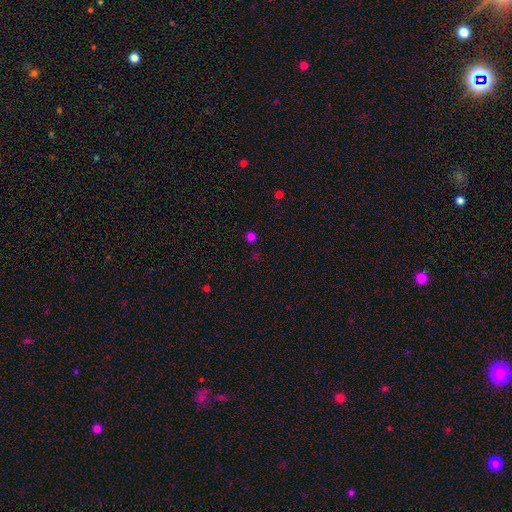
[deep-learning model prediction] Smooth or featured?
  - smooth: 63% *
  - star or artifact: 33%
  - featured or disk: 4%
How rounded?
  - round: 92% *
  - in between: 6%
  - cigar-shaped: 1%
Merging?
  - none: 89% *
  - minor disturbance: 6%
  - major disturbance: 3%
  - merger: 2%